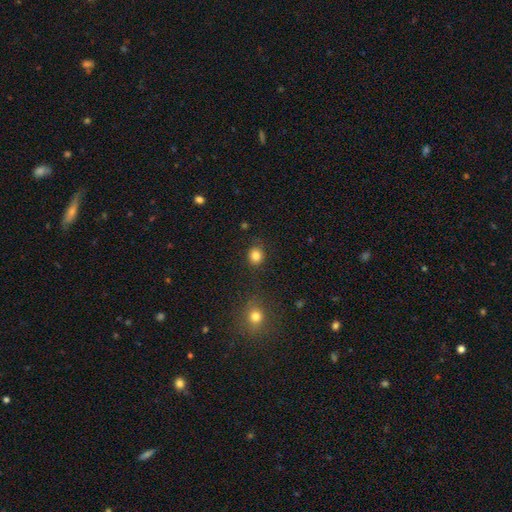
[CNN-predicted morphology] A smooth galaxy with no disk features (84%) that is round (75%).

Vote fractions:
- Smooth or featured? smooth: 84% / star or artifact: 12% / featured or disk: 5%
- How rounded? round: 75% / in between: 24% / cigar-shaped: 1%
- Merging? none: 85% / minor disturbance: 10% / major disturbance: 3% / merger: 2%